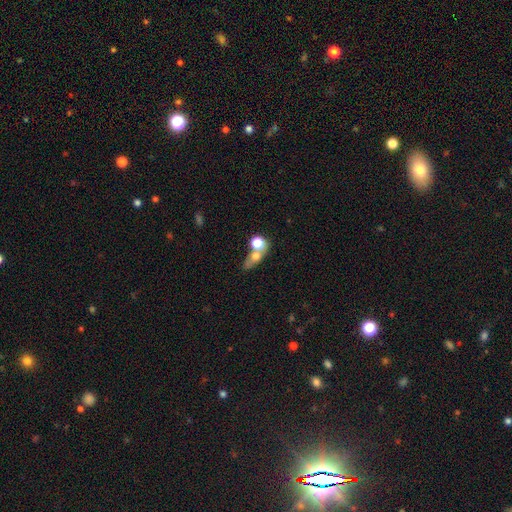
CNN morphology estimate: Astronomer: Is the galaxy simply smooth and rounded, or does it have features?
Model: smooth — 62%.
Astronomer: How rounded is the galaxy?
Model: round — 47% (runner-up: in between, 44%).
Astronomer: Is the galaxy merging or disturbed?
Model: merger — 47% (runner-up: none, 35%).